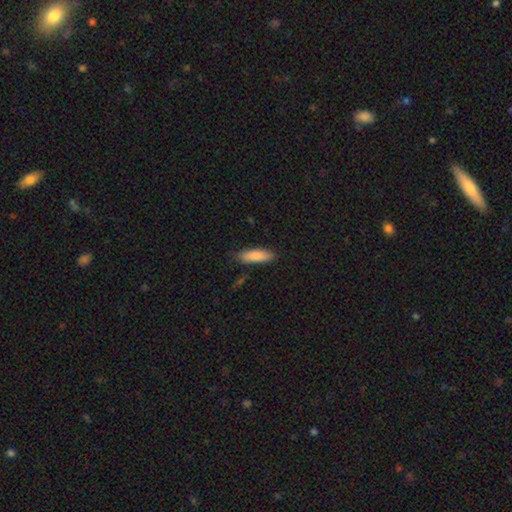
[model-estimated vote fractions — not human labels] Morphology: type=smooth (87%); roundness=in between (49%, tied with cigar-shaped); merging=none (83%).